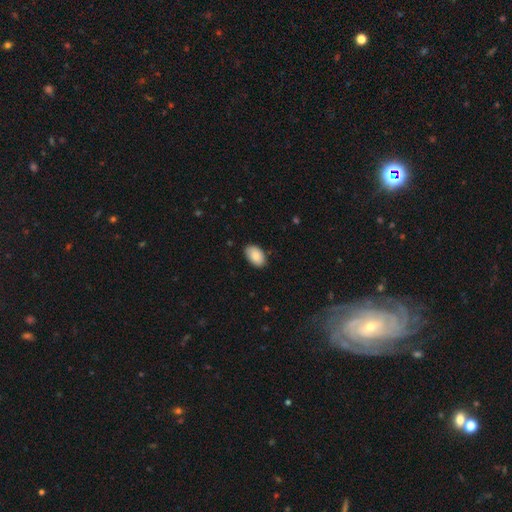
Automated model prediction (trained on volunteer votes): smooth 88%, star or artifact 6%, featured or disk 5%. Down the decision tree: how rounded — in between (93%); merging — none (86%).